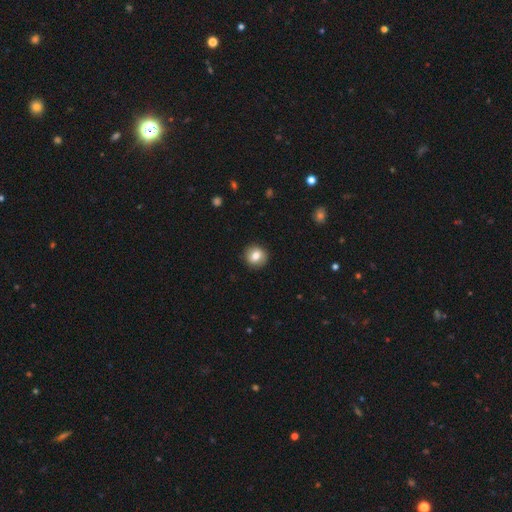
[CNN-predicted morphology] The model was most divided on "smooth or featured": smooth: 78%, featured or disk: 13%, star or artifact: 9%. More confident: merging — none (90%); how rounded — round (89%).